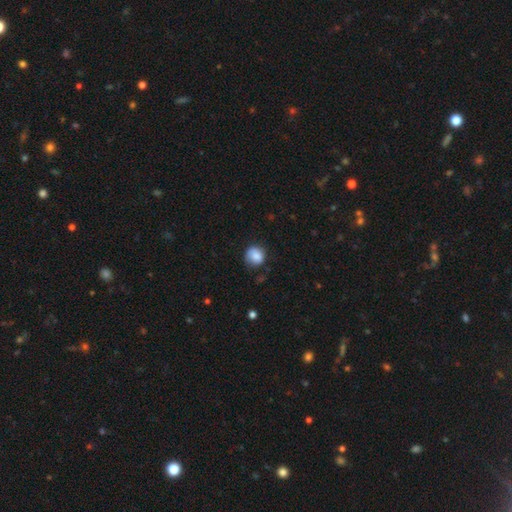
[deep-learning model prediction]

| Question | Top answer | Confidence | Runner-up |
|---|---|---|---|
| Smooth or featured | smooth | 84% | star or artifact (8%) |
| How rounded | round | 84% | in between (16%) |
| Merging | none | 68% | minor disturbance (24%) |